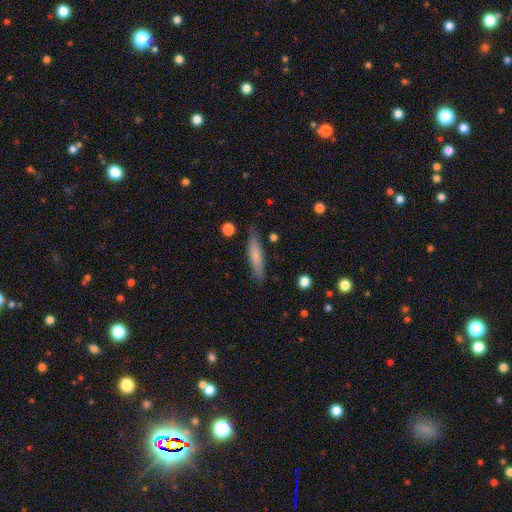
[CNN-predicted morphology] This appears to be a smooth galaxy with no disk features (70%) that is cigar-shaped (85%). Merging: none (84%).